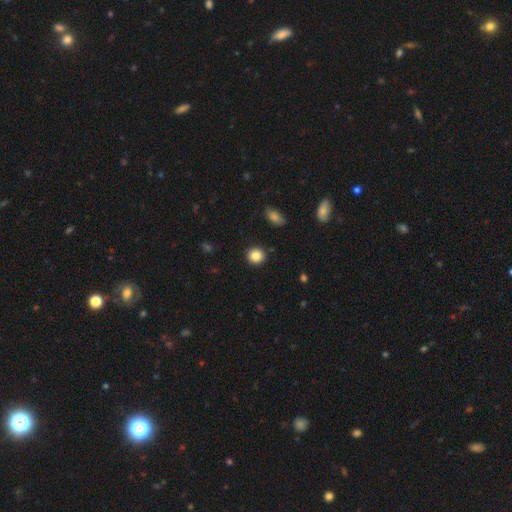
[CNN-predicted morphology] smooth_or_featured: smooth (p=0.85) [alt: star or artifact p=0.09]
how_rounded: round (p=0.85) [alt: in between p=0.14]
merging: none (p=0.91) [alt: minor disturbance p=0.06]